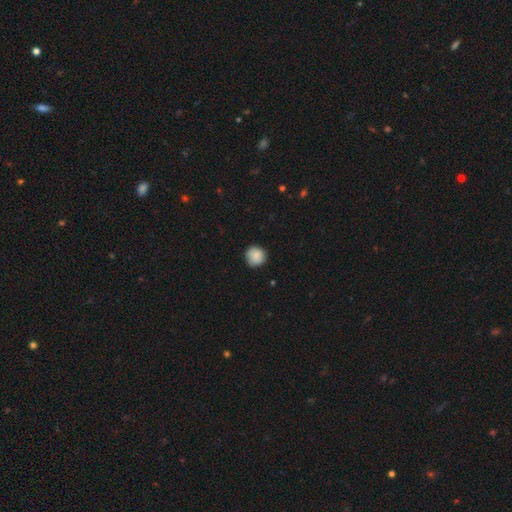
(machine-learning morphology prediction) This appears to be a smooth galaxy with no disk features (87%) that is round (94%). Merging: none (83%).